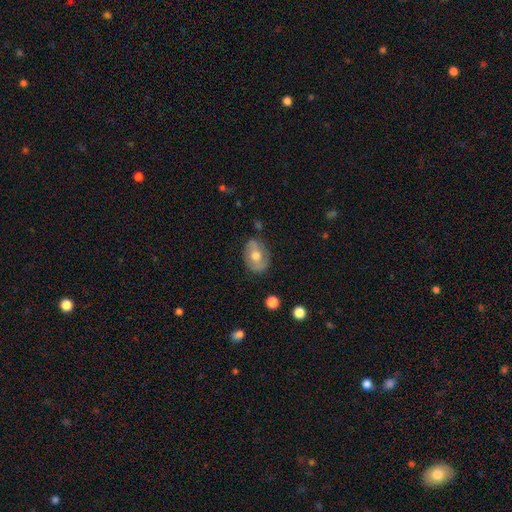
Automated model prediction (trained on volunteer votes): smooth-or-featured: smooth: 52% | featured or disk: 40% | star or artifact: 7%
  how-rounded: in between: 68% | round: 31% | cigar-shaped: 1%
  merging: none: 71% | minor disturbance: 21% | major disturbance: 6% | merger: 2%